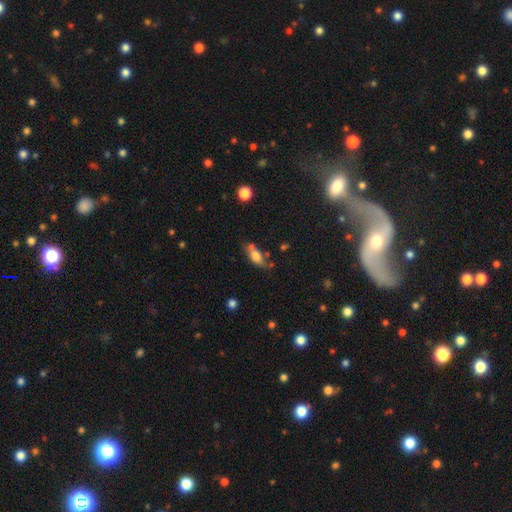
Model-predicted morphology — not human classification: Q: Smooth or featured?
A: smooth (66%); runner-up: featured or disk (25%)
Q: How rounded?
A: in between (74%); runner-up: cigar-shaped (22%)
Q: Merging?
A: none (56%); runner-up: minor disturbance (24%)